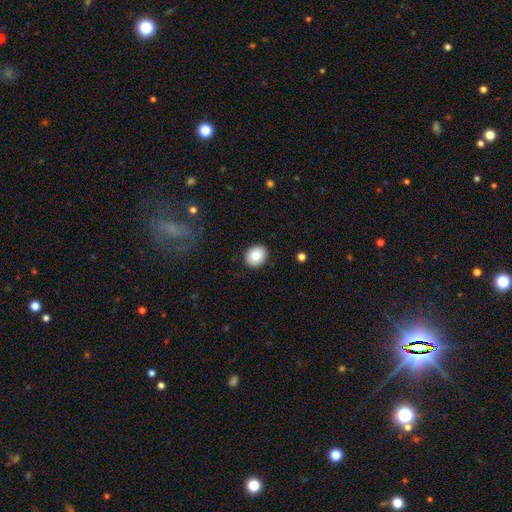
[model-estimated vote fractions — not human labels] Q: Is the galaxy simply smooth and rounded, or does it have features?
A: smooth — 85%.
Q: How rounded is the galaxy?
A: round — 58%.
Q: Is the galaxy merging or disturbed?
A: none — 90%.